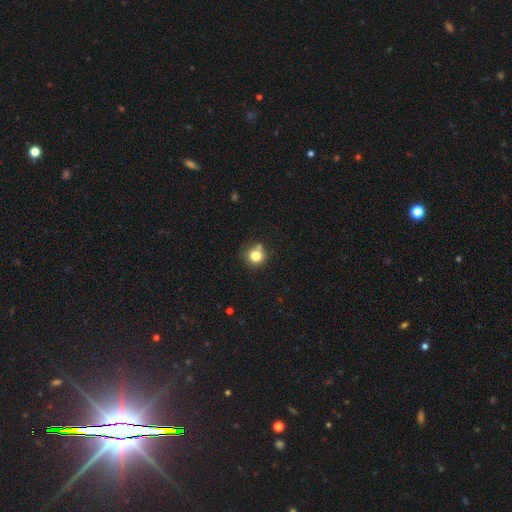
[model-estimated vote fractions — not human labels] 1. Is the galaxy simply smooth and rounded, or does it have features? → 80% smooth, 12% star or artifact, 8% featured or disk.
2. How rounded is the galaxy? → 90% round, 9% in between, 1% cigar-shaped.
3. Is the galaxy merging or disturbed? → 72% none, 15% minor disturbance, 10% merger, 4% major disturbance.